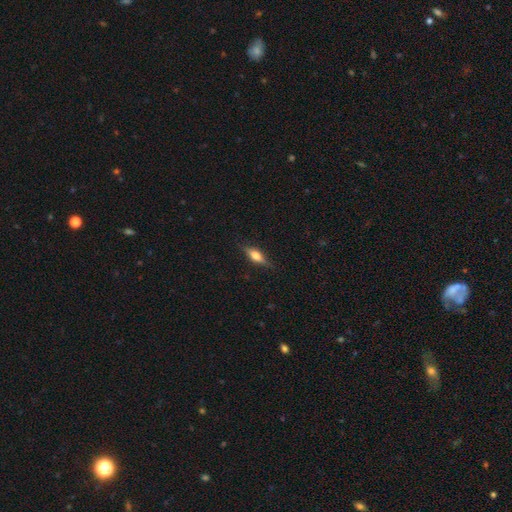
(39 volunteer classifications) Smooth or featured?
  - featured or disk: 54% *
  - smooth: 36%
  - star or artifact: 10%
Edge-on disk?
  - yes: 100% *
  - no: 0%
Edge-on bulge?
  - rounded: 86% *
  - boxy: 14%
  - none: 0%
Merging?
  - none: 71% *
  - minor disturbance: 26%
  - major disturbance: 3%
  - merger: 0%